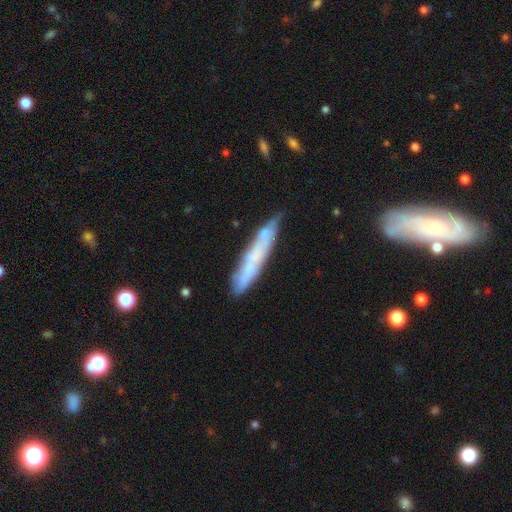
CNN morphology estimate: type=featured or disk (49%); merging=none (69%).